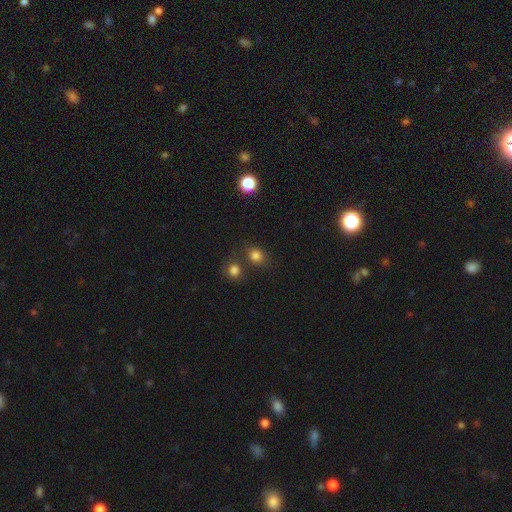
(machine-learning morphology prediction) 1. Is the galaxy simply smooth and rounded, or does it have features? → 79% smooth, 16% star or artifact, 5% featured or disk.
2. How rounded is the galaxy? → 73% round, 26% in between, 1% cigar-shaped.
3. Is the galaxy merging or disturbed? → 67% none, 19% merger, 10% minor disturbance, 4% major disturbance.